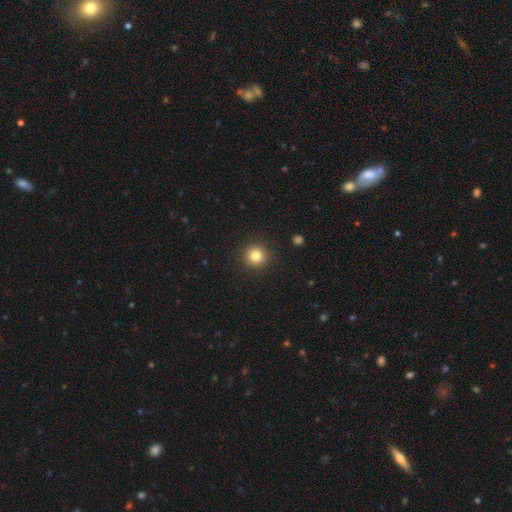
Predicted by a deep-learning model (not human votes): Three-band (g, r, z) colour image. It shows a smooth galaxy with no disk features (81%) that is round (95%). Merging: none (91%).